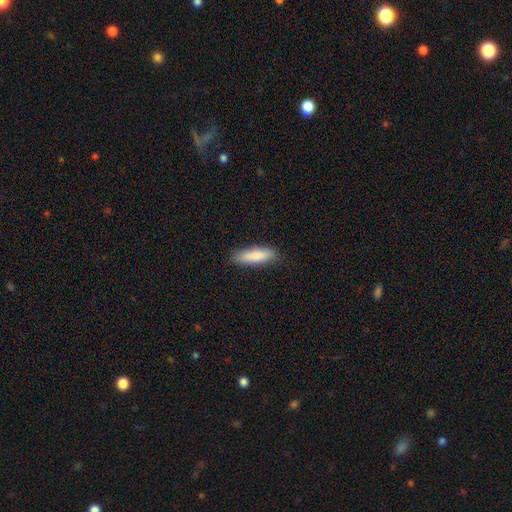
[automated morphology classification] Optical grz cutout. It shows a smooth galaxy with no disk features (85%) that is cigar-shaped (61%). Merging: none (86%).